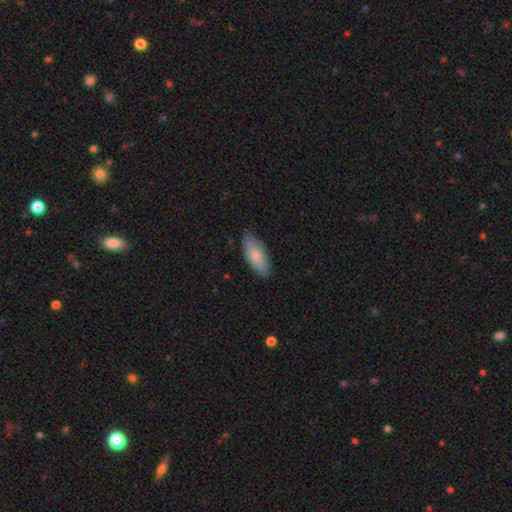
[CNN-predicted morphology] smooth 73%, featured or disk 21%, star or artifact 6%. Down the decision tree: how rounded — in between (84%); merging — none (74%).